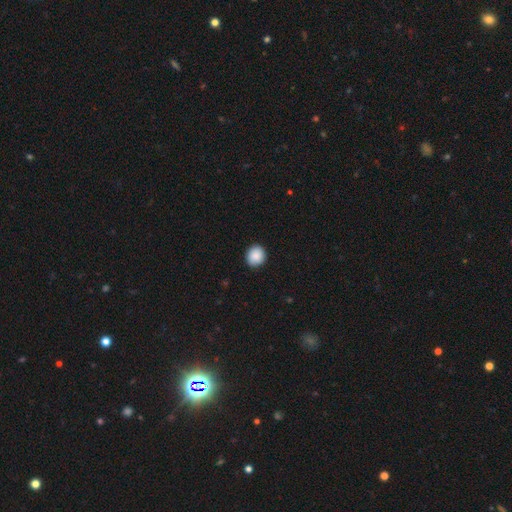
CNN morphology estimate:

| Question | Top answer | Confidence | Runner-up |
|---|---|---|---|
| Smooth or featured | smooth | 89% | star or artifact (8%) |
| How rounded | round | 83% | in between (16%) |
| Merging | none | 90% | minor disturbance (7%) |